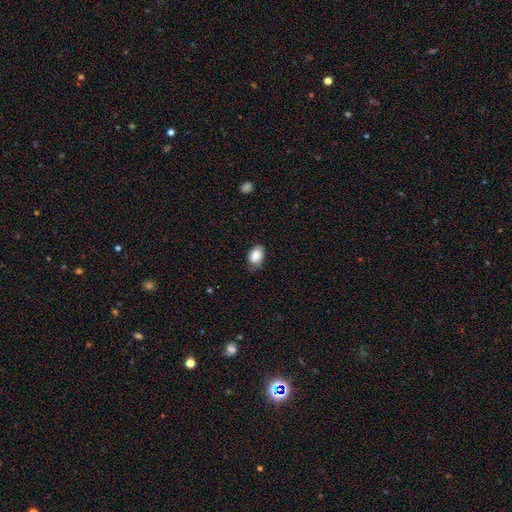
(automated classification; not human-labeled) Smooth or featured: smooth — 87% (star or artifact — 8%)
How rounded: in between — 85% (round — 14%)
Merging: none — 69% (minor disturbance — 25%)